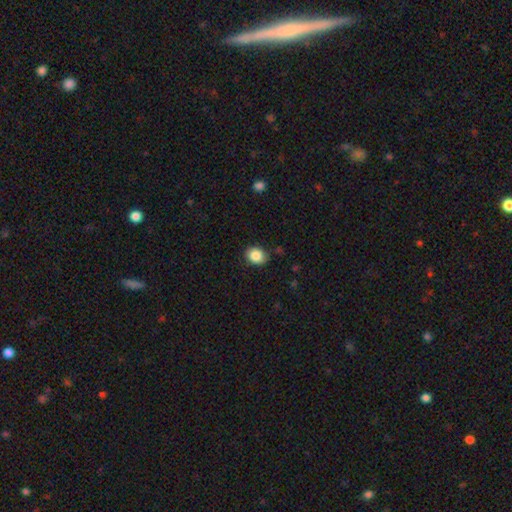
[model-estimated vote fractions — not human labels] Smooth or featured: smooth — 87% (star or artifact — 8%)
How rounded: round — 54% (in between — 45%)
Merging: none — 84% (minor disturbance — 12%)